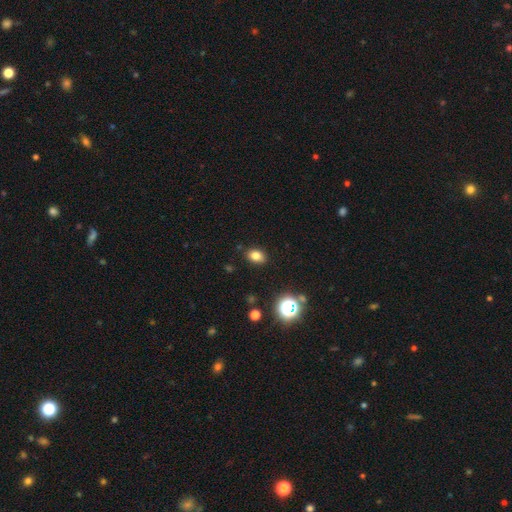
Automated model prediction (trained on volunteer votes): Q: Smooth or featured?
A: smooth (78%); runner-up: star or artifact (14%)
Q: How rounded?
A: in between (72%); runner-up: round (27%)
Q: Merging?
A: none (86%); runner-up: minor disturbance (9%)